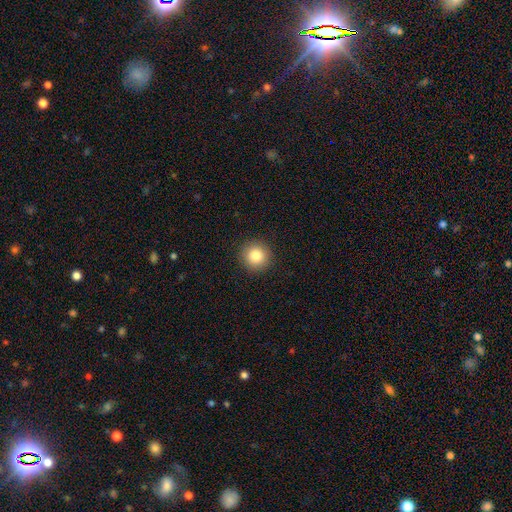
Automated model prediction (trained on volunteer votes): Overall: smooth (85%). How rounded: round (95%). Merging: none (92%).